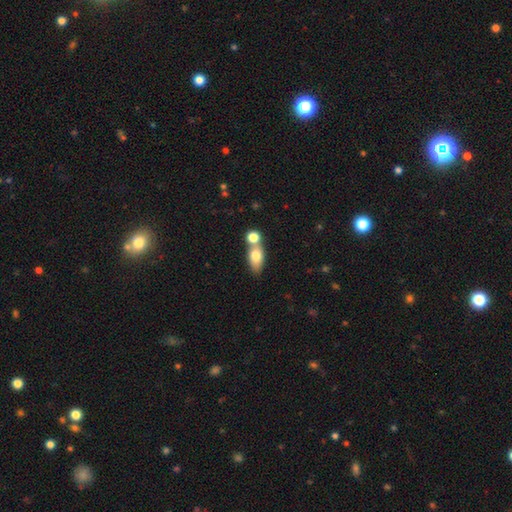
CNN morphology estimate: smooth 75%, featured or disk 17%, star or artifact 8%. Down the decision tree: how rounded — in between (76%); merging — merger (46%).